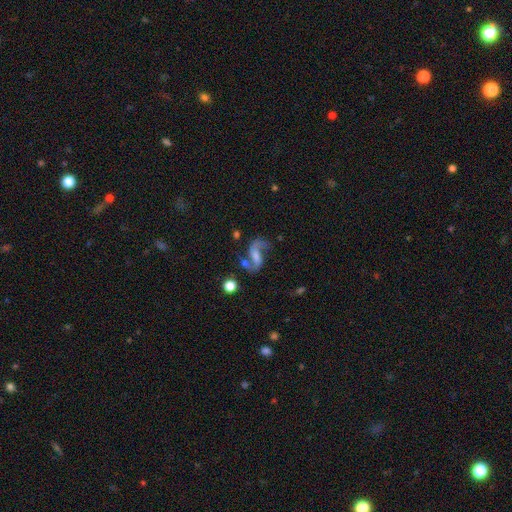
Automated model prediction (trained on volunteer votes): featured or disk 83%, smooth 9%, star or artifact 8%. Down the decision tree: edge-on disk — no (97%); bar — weak (43%); spiral arms — yes (95%); spiral arm count — 2 (91%); spiral winding — loose (69%); bulge size — none (35%); merging — none (55%).